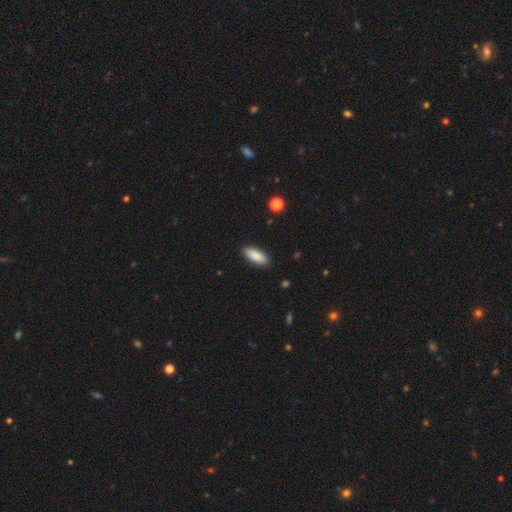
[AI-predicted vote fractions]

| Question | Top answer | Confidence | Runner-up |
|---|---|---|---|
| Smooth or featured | smooth | 87% | featured or disk (6%) |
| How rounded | in between | 74% | cigar-shaped (24%) |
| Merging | none | 89% | minor disturbance (8%) |